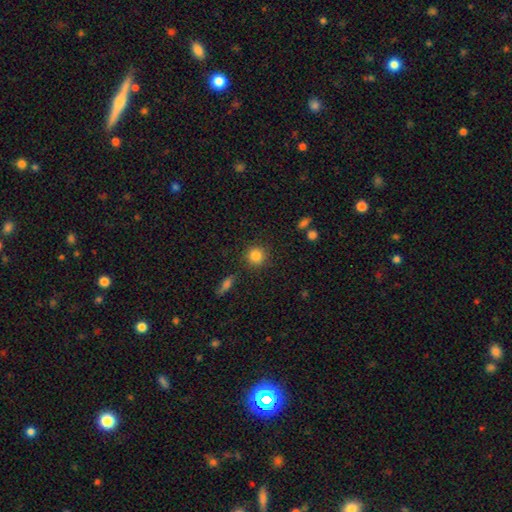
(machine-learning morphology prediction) smooth-or-featured: smooth: 84% | star or artifact: 10% | featured or disk: 6%
  how-rounded: round: 92% | in between: 7% | cigar-shaped: 1%
  merging: none: 88% | minor disturbance: 7% | major disturbance: 3% | merger: 2%